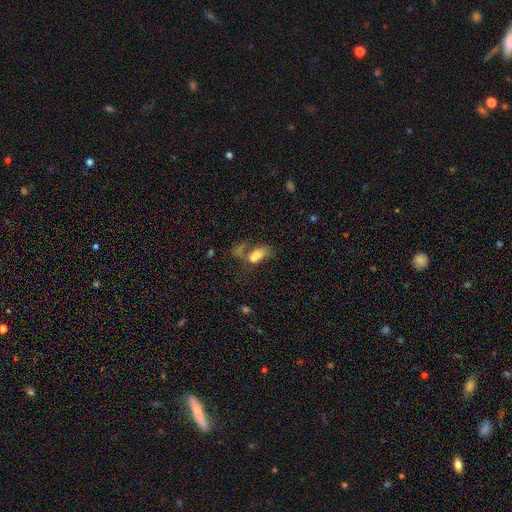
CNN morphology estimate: Smooth or featured: smooth — 61% (featured or disk — 25%)
How rounded: in between — 80% (round — 14%)
Merging: merger — 60% (none — 17%)